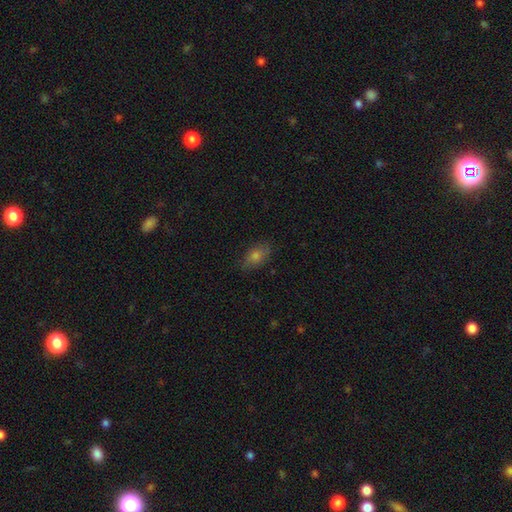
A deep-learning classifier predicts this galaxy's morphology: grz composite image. It shows a smooth galaxy with no disk features (64%) that is in between round and cigar-shaped (83%). Merging: none (80%).